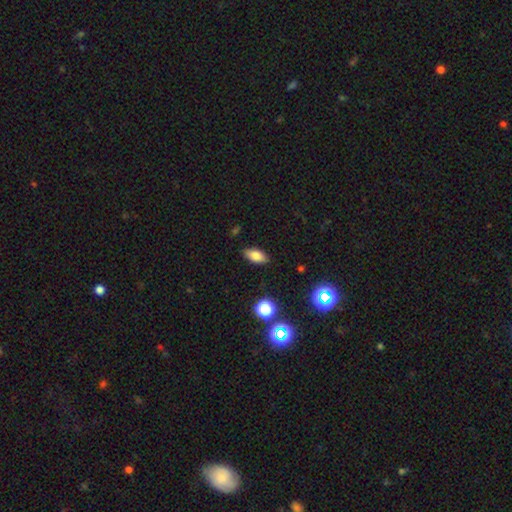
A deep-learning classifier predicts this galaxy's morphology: Overall: smooth (79%). How rounded: in between (87%). Merging: none (87%).